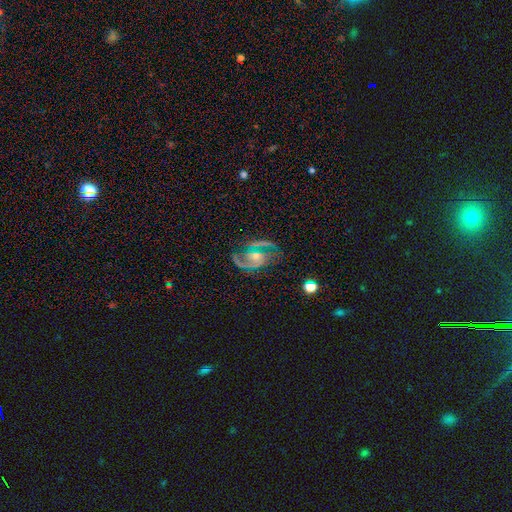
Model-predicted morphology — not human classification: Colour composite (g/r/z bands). It shows a featured or disk galaxy (85%) with no bar (42%), 2 (87%) medium (57%) spiral arms (95%) and a moderate central bulge (45%, tied with small). Merging: none (68%).